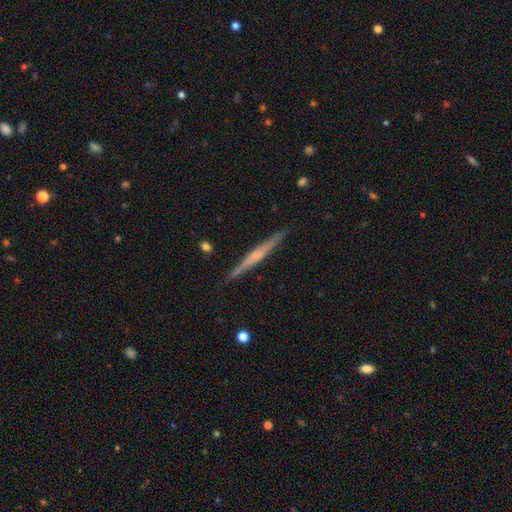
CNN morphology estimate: Q: Smooth or featured?
A: featured or disk (64%); runner-up: smooth (31%)
Q: Edge-on disk?
A: yes (98%); runner-up: no (2%)
Q: Edge-on bulge?
A: none (45%); runner-up: rounded (36%)
Q: Merging?
A: none (89%); runner-up: minor disturbance (8%)